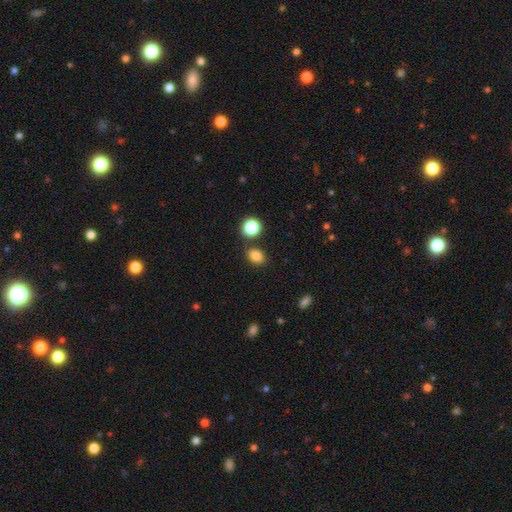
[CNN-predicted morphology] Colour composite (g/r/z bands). It shows a smooth galaxy with no disk features (83%) that is in between round and cigar-shaped (66%). Merging: none (79%).